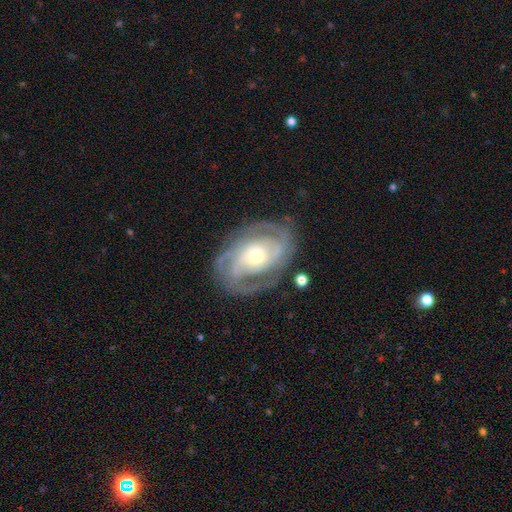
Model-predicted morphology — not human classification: This is clearly a featured or disk galaxy (88%). It is clearly not viewed edge-on (97%). Bar: likely no (65%). Spiral arm pattern: clearly yes (96%). Spiral arm count: marginally 2 (41%). Spiral winding: likely tight (64%). Central bulge: possibly moderate (47%, tied with small). Merging: likely none (77%).